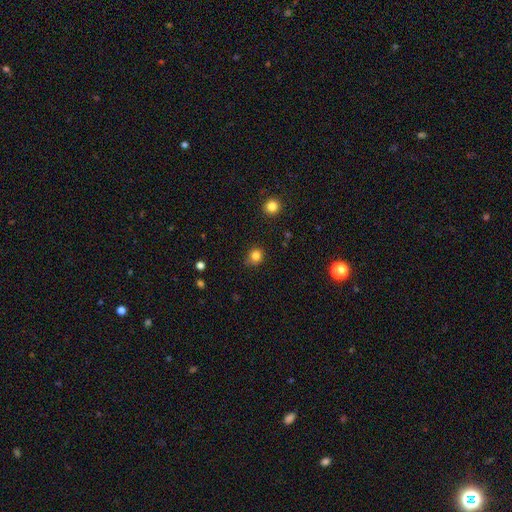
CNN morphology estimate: The model was most divided on "merging": none: 78%, minor disturbance: 17%, major disturbance: 3%, merger: 2%. More confident: smooth or featured — smooth (82%); how rounded — round (82%).